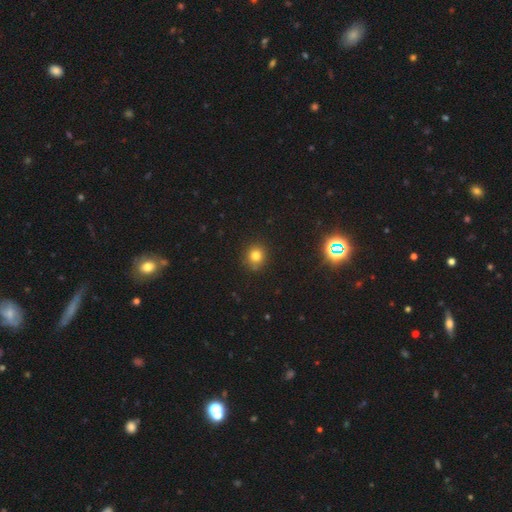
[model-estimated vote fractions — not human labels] Smooth or featured? Predicted: smooth (p=0.79). How rounded? Predicted: round (p=0.88). Merging? Predicted: none (p=0.87).